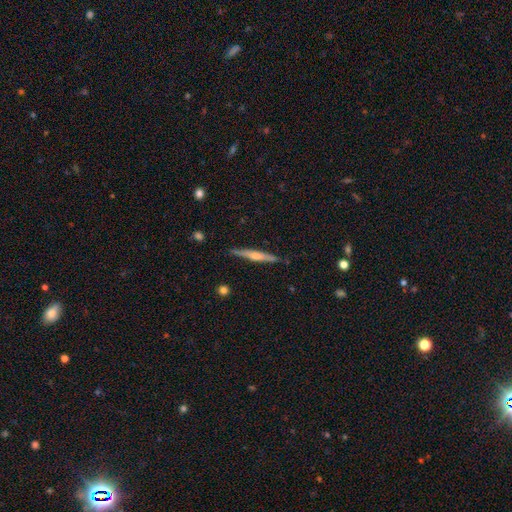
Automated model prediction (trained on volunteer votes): smooth-or-featured: featured or disk: 68% | smooth: 26% | star or artifact: 6%
  disk-edge-on: yes: 98% | no: 2%
    edge-on-bulge: rounded: 81% | none: 10% | boxy: 8%
  merging: none: 89% | minor disturbance: 8% | major disturbance: 1% | merger: 1%